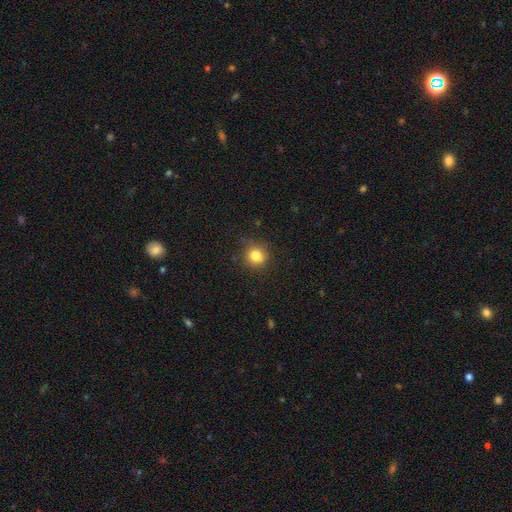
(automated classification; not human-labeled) smooth-or-featured: smooth: 82% | star or artifact: 12% | featured or disk: 6%
  how-rounded: round: 90% | in between: 9% | cigar-shaped: 1%
  merging: none: 85% | minor disturbance: 11% | major disturbance: 3% | merger: 1%